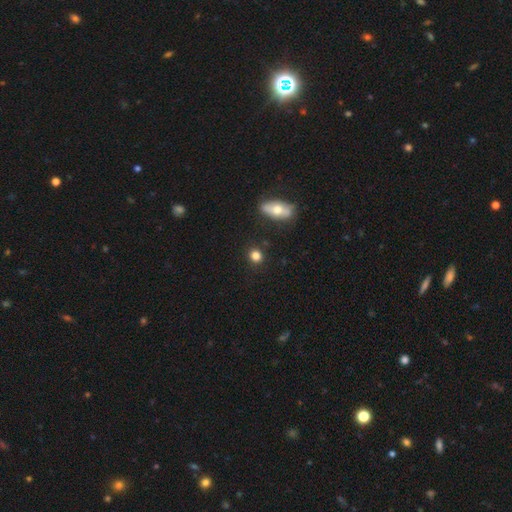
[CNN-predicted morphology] smooth 83%, star or artifact 11%, featured or disk 7%. Down the decision tree: how rounded — round (81%); merging — none (86%).